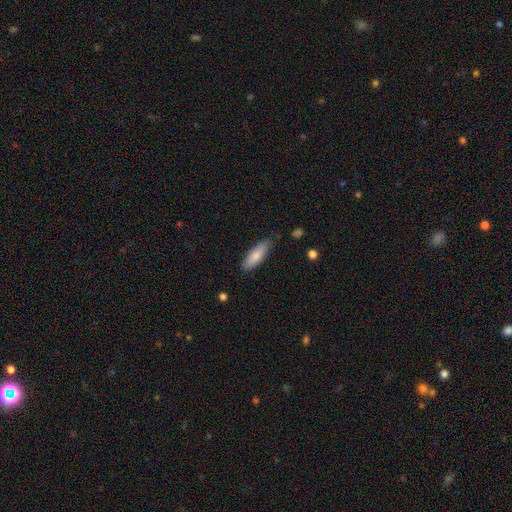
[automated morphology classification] type=smooth (80%); roundness=in between (54%); merging=none (78%).